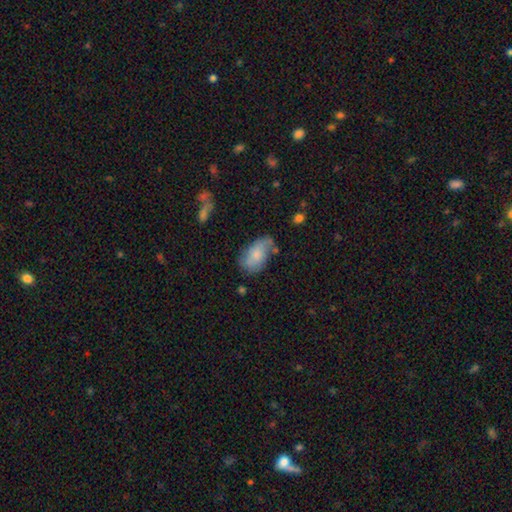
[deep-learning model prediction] smooth-or-featured: smooth: 70% | featured or disk: 23% | star or artifact: 7%
  how-rounded: in between: 92% | round: 6% | cigar-shaped: 2%
  merging: none: 54% | minor disturbance: 30% | major disturbance: 10% | merger: 7%